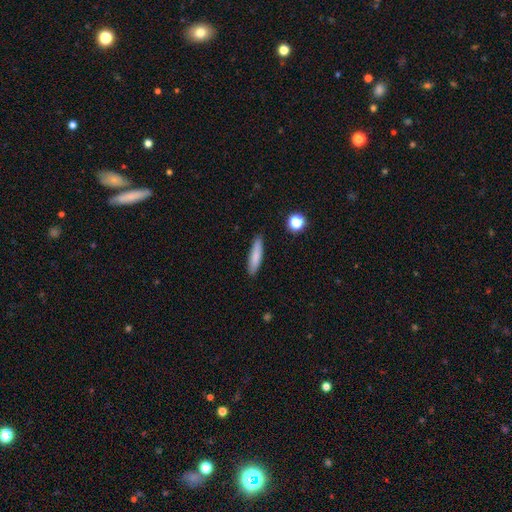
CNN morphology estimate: Smooth or featured?
  - smooth: 81% *
  - featured or disk: 12%
  - star or artifact: 7%
How rounded?
  - cigar-shaped: 84% *
  - in between: 15%
  - round: 2%
Merging?
  - none: 88% *
  - minor disturbance: 9%
  - major disturbance: 2%
  - merger: 1%